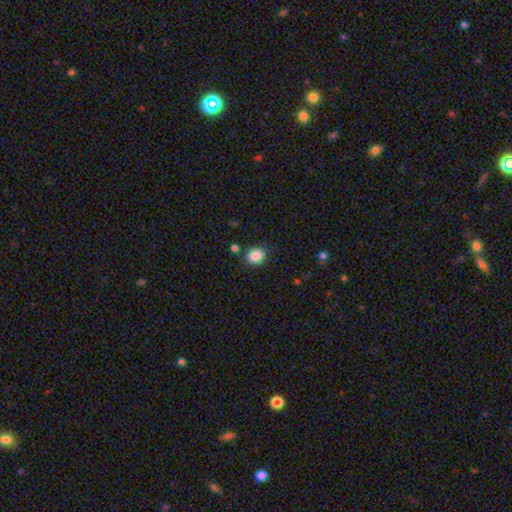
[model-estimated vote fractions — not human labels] Smooth or featured?
  - smooth: 86% *
  - star or artifact: 9%
  - featured or disk: 4%
How rounded?
  - round: 70% *
  - in between: 29%
  - cigar-shaped: 1%
Merging?
  - none: 84% *
  - minor disturbance: 9%
  - merger: 4%
  - major disturbance: 3%